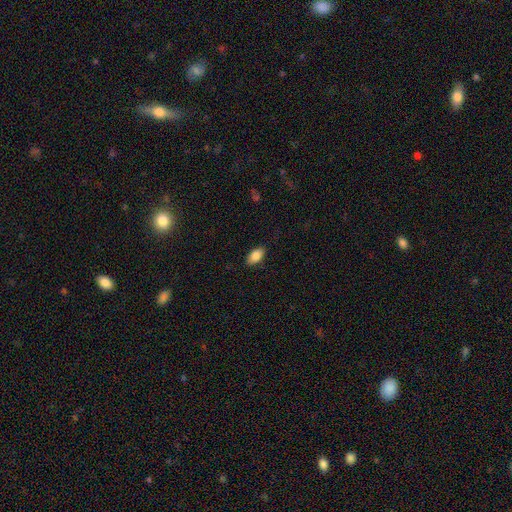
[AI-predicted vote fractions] The model was most divided on "merging": none: 85%, minor disturbance: 12%, major disturbance: 2%, merger: 1%. More confident: how rounded — in between (92%); smooth or featured — smooth (85%).